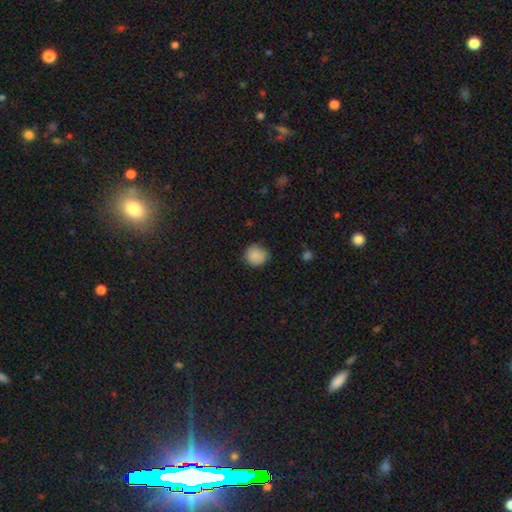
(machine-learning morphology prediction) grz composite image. It shows a smooth galaxy with no disk features (87%) that is round (87%). Merging: none (77%).